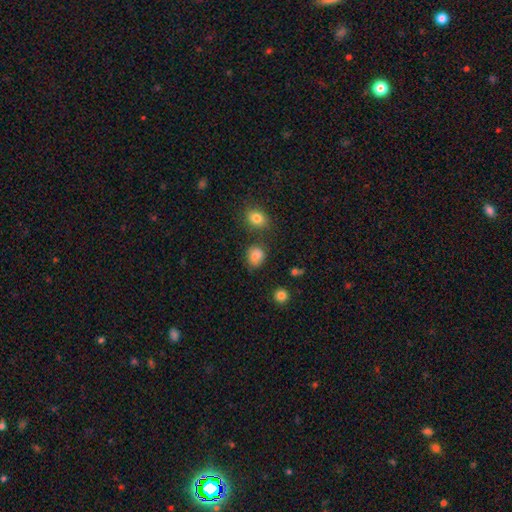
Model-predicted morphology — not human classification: This is clearly a smooth galaxy (82%). How rounded: possibly round (53%). Merging: likely none (65%).